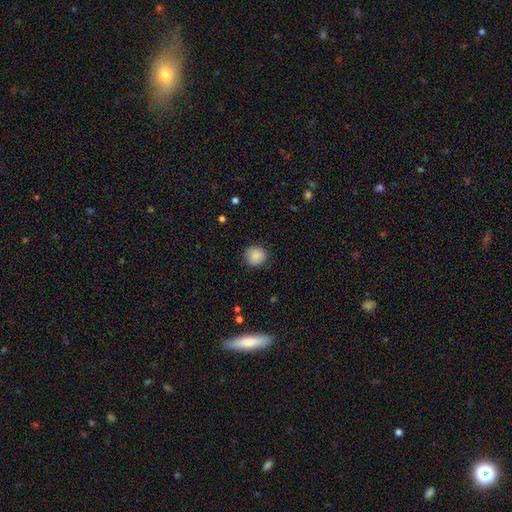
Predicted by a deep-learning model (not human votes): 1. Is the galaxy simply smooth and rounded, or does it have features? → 88% smooth, 8% star or artifact, 4% featured or disk.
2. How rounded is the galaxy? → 90% round, 9% in between, 1% cigar-shaped.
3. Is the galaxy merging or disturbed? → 87% none, 9% minor disturbance, 2% major disturbance, 1% merger.